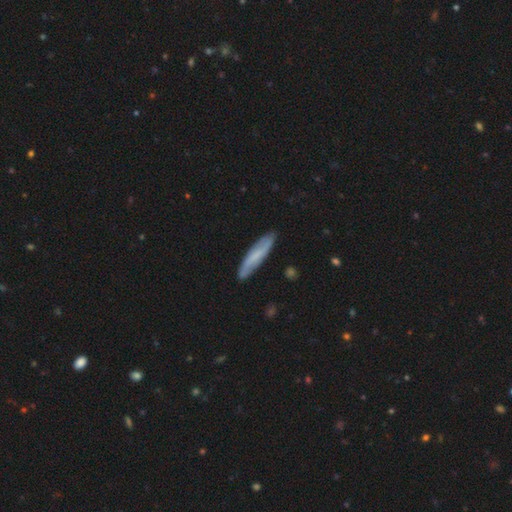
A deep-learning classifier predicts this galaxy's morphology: Overall: smooth (49%; featured or disk 44%). Merging: none (84%).